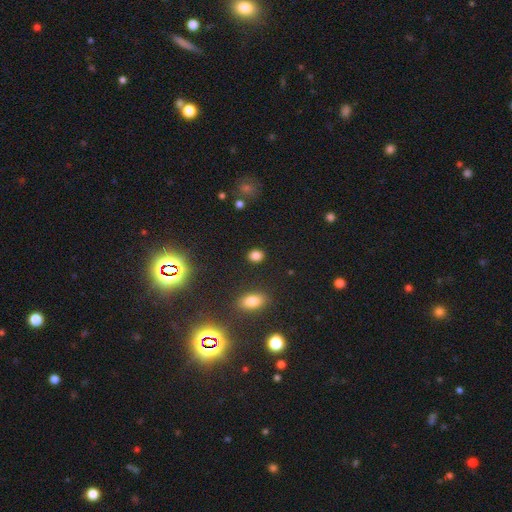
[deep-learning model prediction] Smooth or featured?
  - smooth: 81% *
  - star or artifact: 14%
  - featured or disk: 5%
How rounded?
  - round: 52% *
  - in between: 47%
  - cigar-shaped: 2%
Merging?
  - none: 88% *
  - minor disturbance: 8%
  - major disturbance: 3%
  - merger: 2%